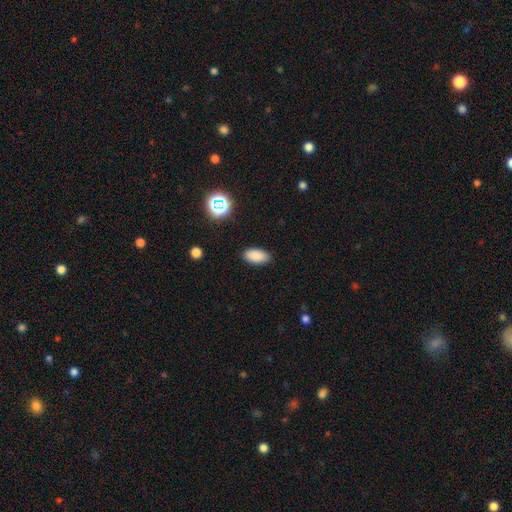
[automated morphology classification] This appears to be a smooth galaxy with no disk features (87%) that is in between round and cigar-shaped (93%). Merging: none (87%).